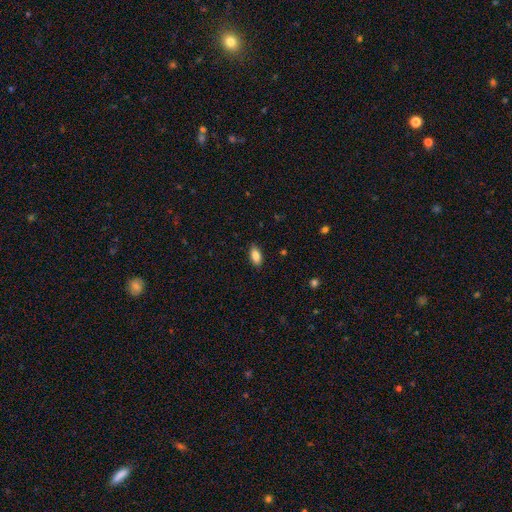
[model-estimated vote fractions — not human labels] smooth 85%, featured or disk 7%, star or artifact 7%. Down the decision tree: how rounded — in between (90%); merging — none (86%).